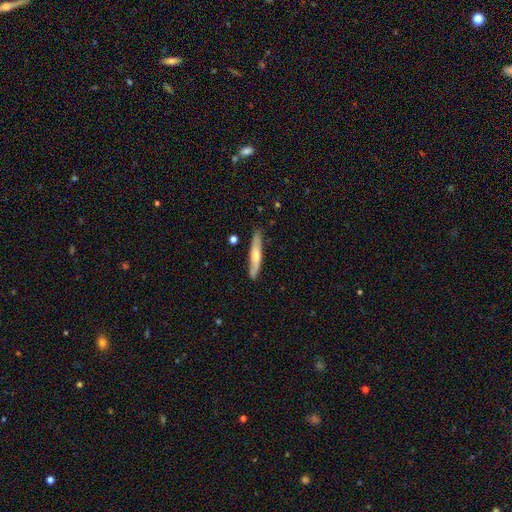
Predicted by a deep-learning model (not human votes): Q: Smooth or featured?
A: smooth (49%); runner-up: featured or disk (46%)
Q: Merging?
A: none (83%); runner-up: minor disturbance (13%)